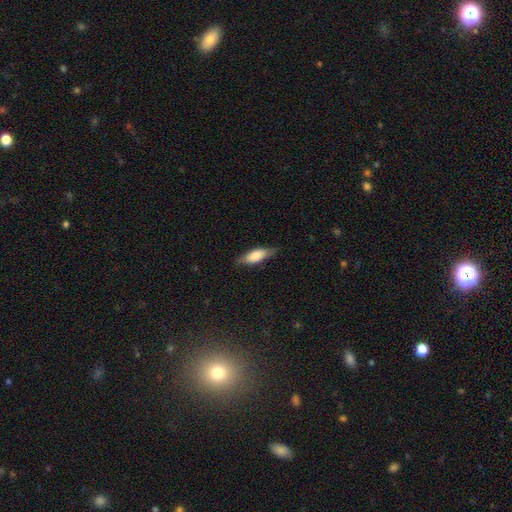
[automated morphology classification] This appears to be a smooth galaxy with no disk features (72%) that is in between round and cigar-shaped (62%). Merging: none (80%).